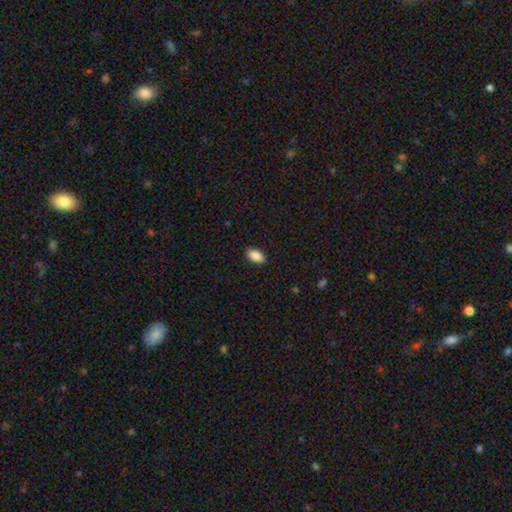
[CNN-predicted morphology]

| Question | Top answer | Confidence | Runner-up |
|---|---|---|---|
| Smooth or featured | smooth | 89% | star or artifact (7%) |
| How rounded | in between | 94% | round (3%) |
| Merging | none | 90% | minor disturbance (8%) |